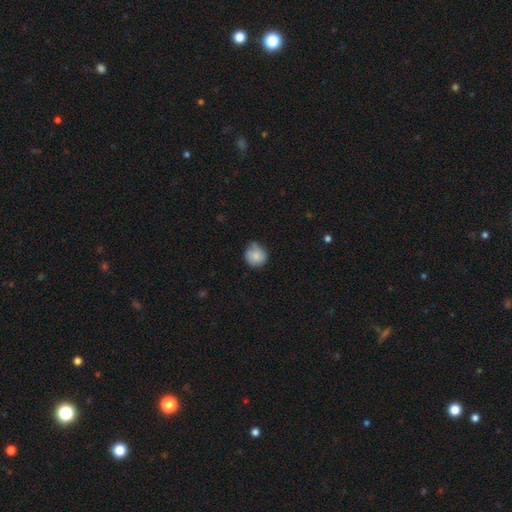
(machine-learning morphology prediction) A smooth galaxy with no disk features (78%) that is round (85%). Merging: none (57%).